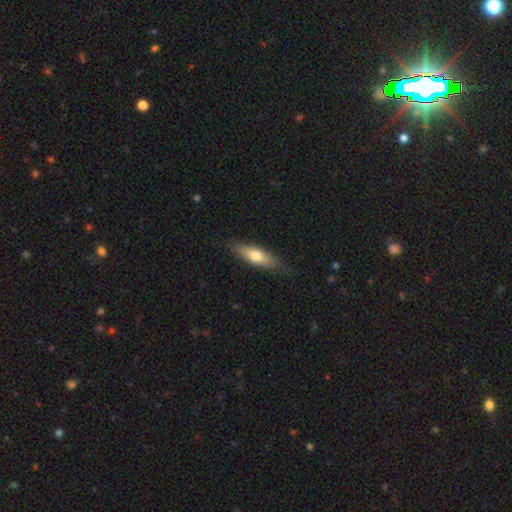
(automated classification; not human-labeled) Morphology: type=smooth (66%); roundness=cigar-shaped (49%); merging=none (81%).